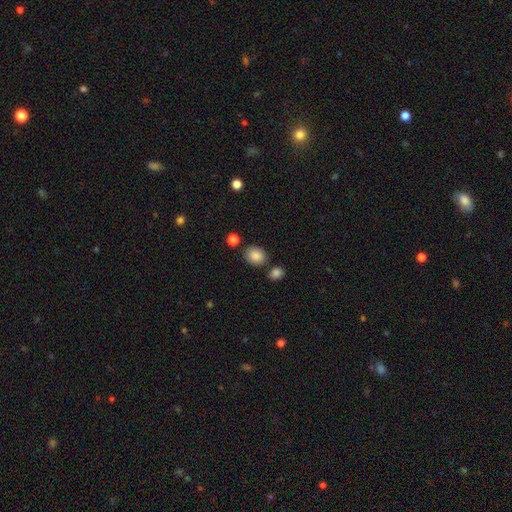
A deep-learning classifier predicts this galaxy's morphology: Smooth or featured?
  - smooth: 85% *
  - star or artifact: 9%
  - featured or disk: 6%
How rounded?
  - round: 53% *
  - in between: 46%
  - cigar-shaped: 1%
Merging?
  - none: 78% *
  - minor disturbance: 11%
  - merger: 8%
  - major disturbance: 3%